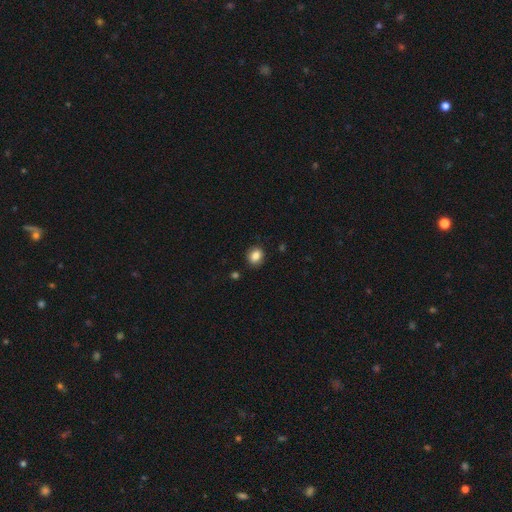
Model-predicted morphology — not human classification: Overall: smooth (85%). How rounded: round (63%; in between 36%). Merging: none (88%).